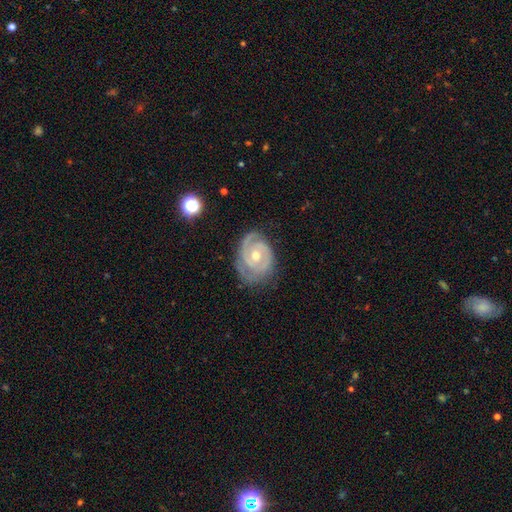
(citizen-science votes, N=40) This appears to be a featured or disk galaxy (88%) with no bar (77%), 2 (69%) tight (74%) spiral arms (100%) and a moderate central bulge (74%). Merging: none (68%).